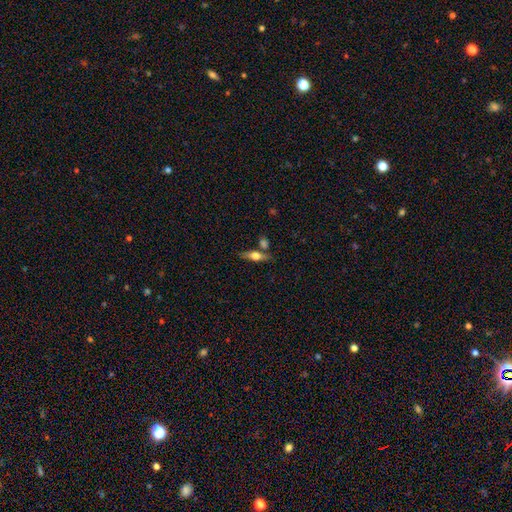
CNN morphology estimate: Overall: smooth (47%; featured or disk 46%). Merging: none (69%).